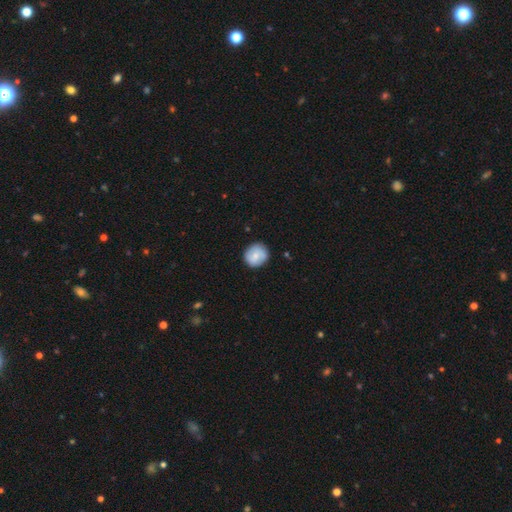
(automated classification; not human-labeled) Morphology: type=smooth (70%); roundness=round (88%); merging=none (83%).